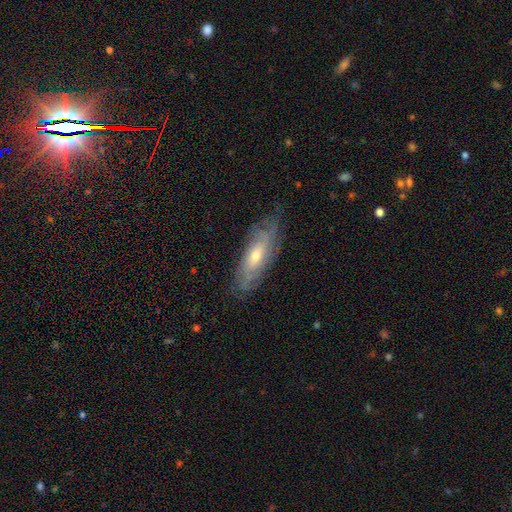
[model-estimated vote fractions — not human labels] Smooth or featured?
  - featured or disk: 68% *
  - smooth: 25%
  - star or artifact: 7%
Edge-on disk?
  - no: 78% *
  - yes: 22%
Bar?
  - no: 69% *
  - weak: 26%
  - strong: 6%
Spiral arms?
  - yes: 84% *
  - no: 16%
Bulge size?
  - moderate: 52% *
  - small: 42%
  - large: 3%
  - none: 1%
  - dominant: 1%
Merging?
  - none: 73% *
  - minor disturbance: 20%
  - major disturbance: 6%
  - merger: 1%